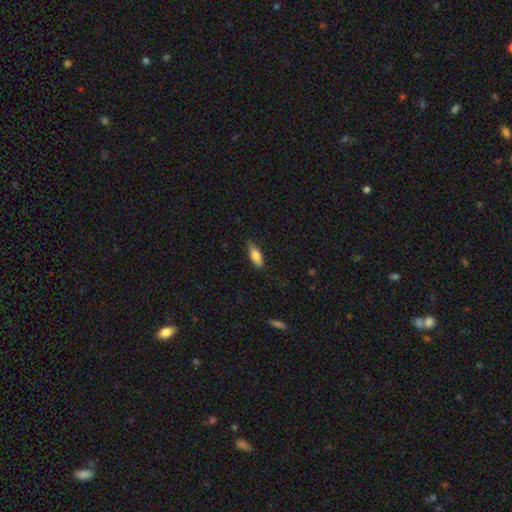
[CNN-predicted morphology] This appears to be a smooth galaxy with no disk features (77%) that is in between round and cigar-shaped (61%). Merging: none (81%).